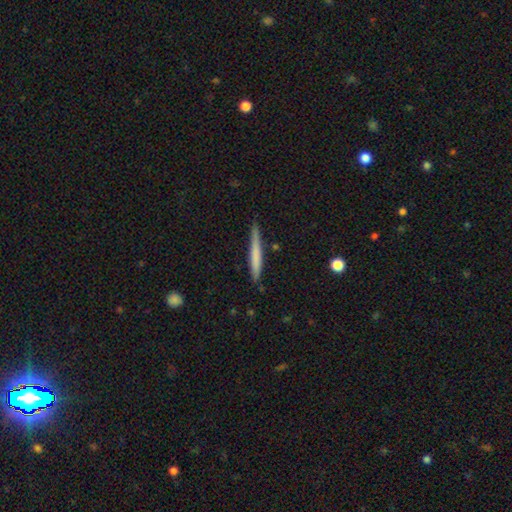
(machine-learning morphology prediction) Smooth or featured? smooth (64%)
How rounded? cigar-shaped (96%)
Merging? none (82%)